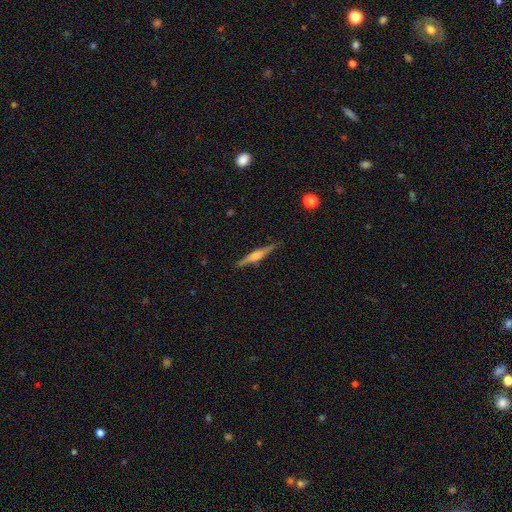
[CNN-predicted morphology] Smooth or featured?
  - featured or disk: 62% *
  - smooth: 32%
  - star or artifact: 6%
Edge-on disk?
  - yes: 98% *
  - no: 2%
Edge-on bulge?
  - rounded: 63% *
  - boxy: 25%
  - none: 12%
Merging?
  - none: 89% *
  - minor disturbance: 8%
  - major disturbance: 2%
  - merger: 1%